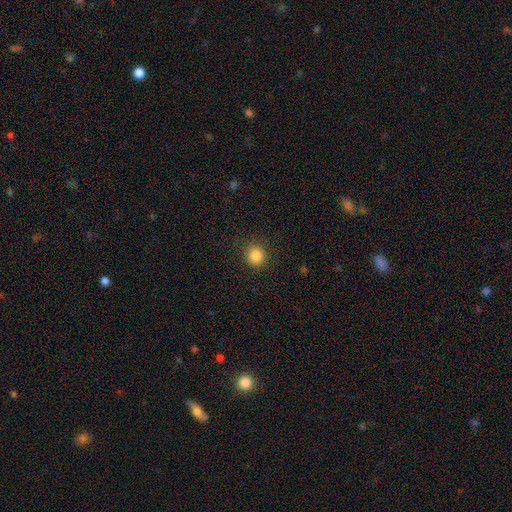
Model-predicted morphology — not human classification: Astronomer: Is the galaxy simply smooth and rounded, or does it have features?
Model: smooth — 85%.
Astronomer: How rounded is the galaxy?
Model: round — 90%.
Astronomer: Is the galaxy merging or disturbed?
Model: none — 89%.